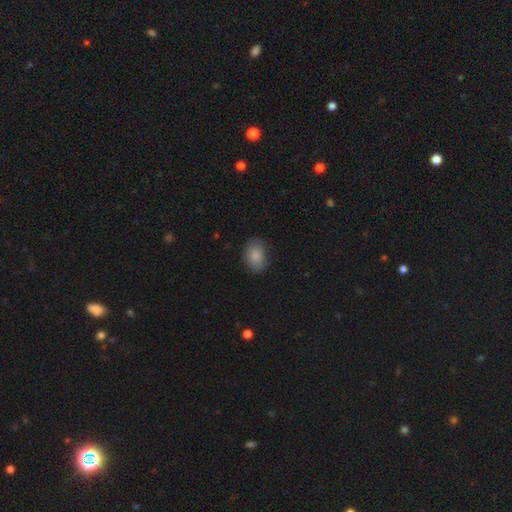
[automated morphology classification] smooth_or_featured: smooth (p=0.85) [alt: featured or disk p=0.08]
how_rounded: in between (p=0.74) [alt: round p=0.25]
merging: none (p=0.78) [alt: minor disturbance p=0.17]